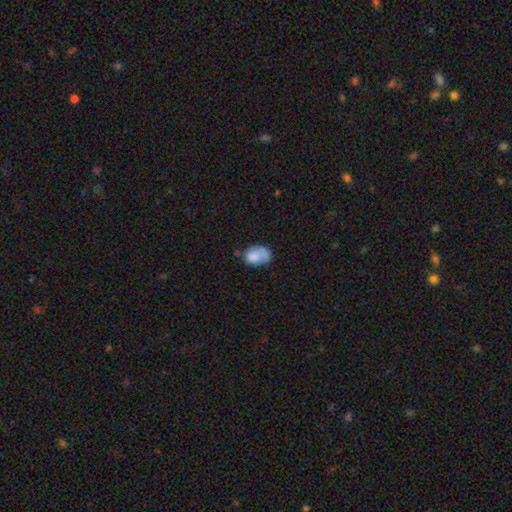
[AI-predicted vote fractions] This is likely a smooth galaxy (76%). How rounded: likely in between (77%). Merging: marginally none (42%).